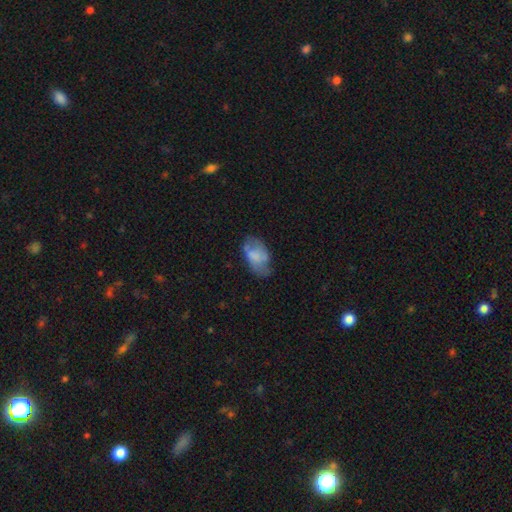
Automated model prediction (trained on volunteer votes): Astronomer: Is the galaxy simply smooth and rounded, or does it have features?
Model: smooth — 59%.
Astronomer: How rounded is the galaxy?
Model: in between — 92%.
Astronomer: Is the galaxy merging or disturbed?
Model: none — 48% (runner-up: minor disturbance, 31%).